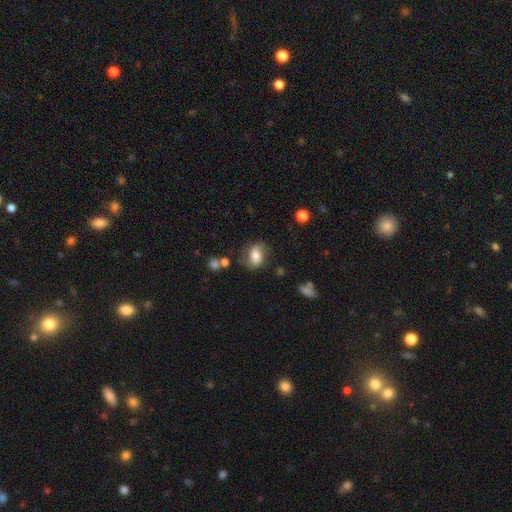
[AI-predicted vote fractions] Smooth or featured?
  - smooth: 59% *
  - featured or disk: 32%
  - star or artifact: 9%
How rounded?
  - in between: 69% *
  - round: 30%
  - cigar-shaped: 2%
Merging?
  - none: 66% *
  - minor disturbance: 21%
  - major disturbance: 9%
  - merger: 4%